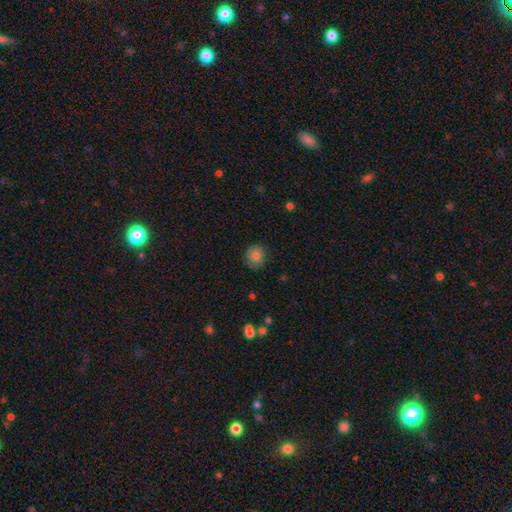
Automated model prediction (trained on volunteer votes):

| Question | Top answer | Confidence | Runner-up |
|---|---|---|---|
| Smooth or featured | smooth | 79% | featured or disk (11%) |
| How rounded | round | 80% | in between (19%) |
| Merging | none | 83% | minor disturbance (13%) |